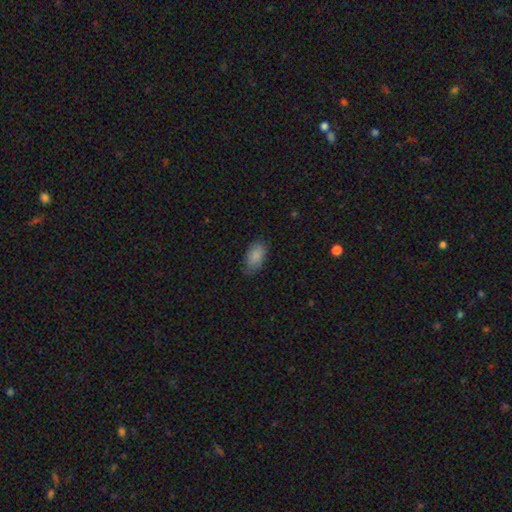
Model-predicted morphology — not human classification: A smooth galaxy with no disk features (86%) that is in between round and cigar-shaped (94%).

Vote fractions:
- Smooth or featured? smooth: 86% / featured or disk: 7% / star or artifact: 7%
- How rounded? in between: 94% / round: 4% / cigar-shaped: 2%
- Merging? none: 69% / minor disturbance: 25% / major disturbance: 5% / merger: 1%